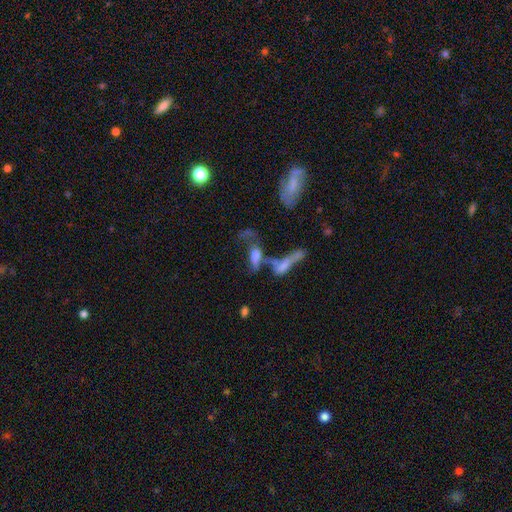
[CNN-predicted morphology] This appears to be a smooth galaxy with no disk features (50%) that is in between round and cigar-shaped (62%). Merging: merger (52%).